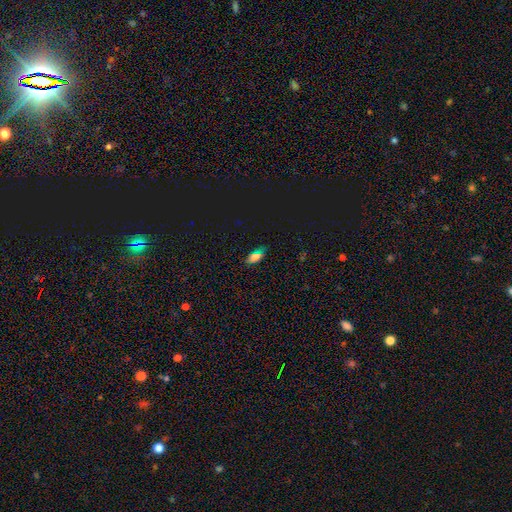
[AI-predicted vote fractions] Q: Smooth or featured?
A: smooth (67%); runner-up: star or artifact (23%)
Q: How rounded?
A: in between (84%); runner-up: cigar-shaped (11%)
Q: Merging?
A: none (80%); runner-up: minor disturbance (15%)